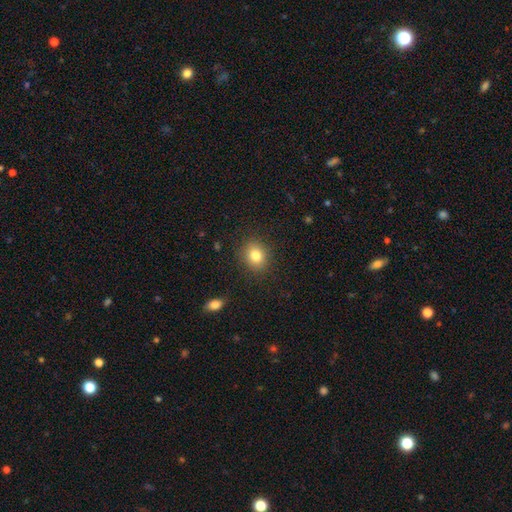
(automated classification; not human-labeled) Smooth or featured?
  - smooth: 82% *
  - star or artifact: 11%
  - featured or disk: 8%
How rounded?
  - round: 68% *
  - in between: 31%
  - cigar-shaped: 1%
Merging?
  - none: 87% *
  - minor disturbance: 9%
  - major disturbance: 3%
  - merger: 1%